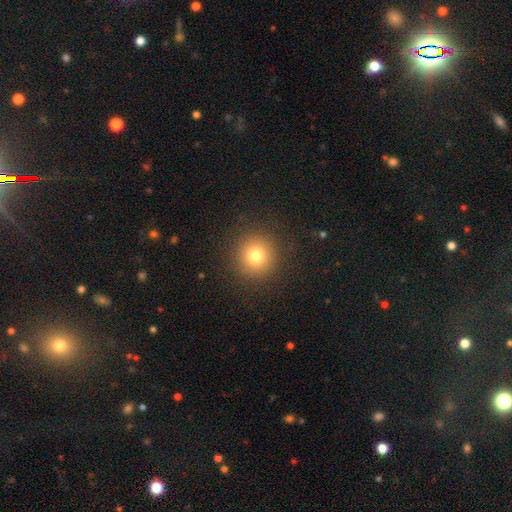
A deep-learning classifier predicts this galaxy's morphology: smooth_or_featured: smooth (p=0.77) [alt: star or artifact p=0.14]
how_rounded: round (p=0.93) [alt: in between p=0.06]
merging: none (p=0.90) [alt: minor disturbance p=0.06]